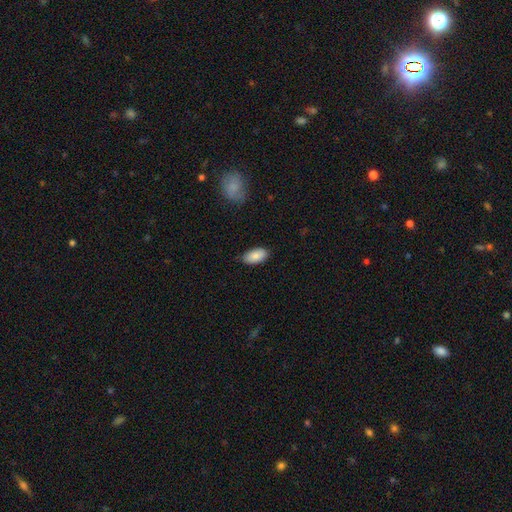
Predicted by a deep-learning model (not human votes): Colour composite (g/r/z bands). It shows a smooth galaxy with no disk features (86%) that is in between round and cigar-shaped (94%). Merging: none (83%).